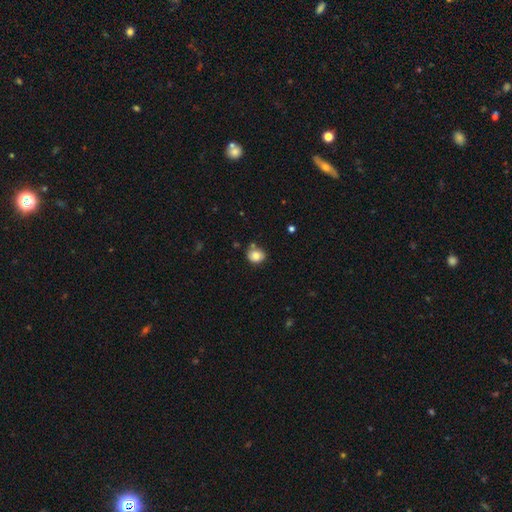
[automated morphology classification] This appears to be a smooth galaxy with no disk features (82%) that is round (67%). Merging: none (66%).